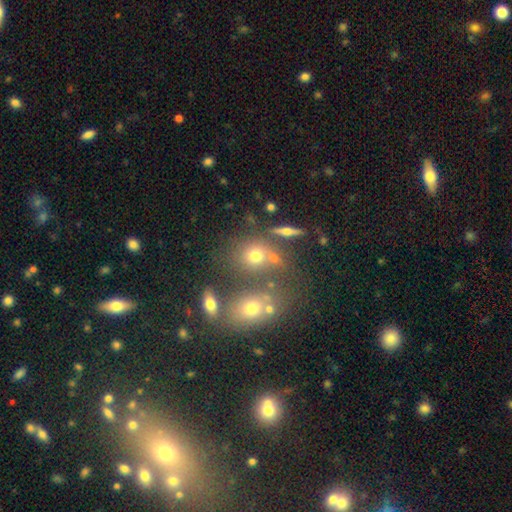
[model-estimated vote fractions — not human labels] smooth-or-featured: smooth: 66% | star or artifact: 17% | featured or disk: 17%
  how-rounded: round: 66% | in between: 31% | cigar-shaped: 3%
  merging: none: 62% | merger: 20% | minor disturbance: 12% | major disturbance: 6%